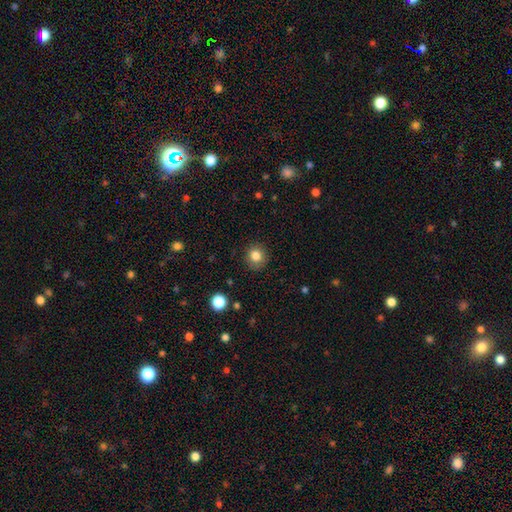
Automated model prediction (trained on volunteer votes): A smooth galaxy with no disk features (83%) that is round (90%). Merging: none (88%).